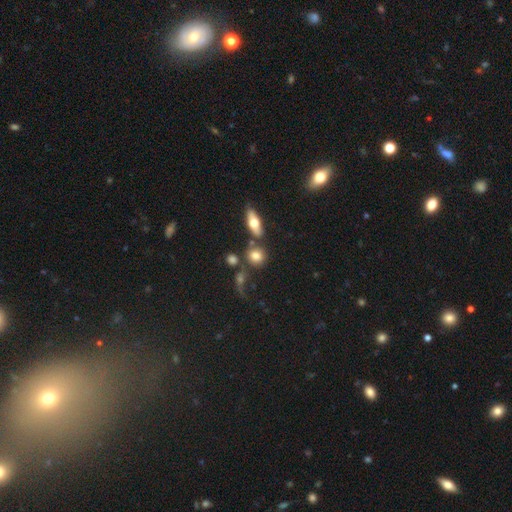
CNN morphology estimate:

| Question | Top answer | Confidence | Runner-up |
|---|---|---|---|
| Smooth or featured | smooth | 77% | featured or disk (13%) |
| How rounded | round | 71% | in between (26%) |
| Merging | none | 60% | merger (19%) |